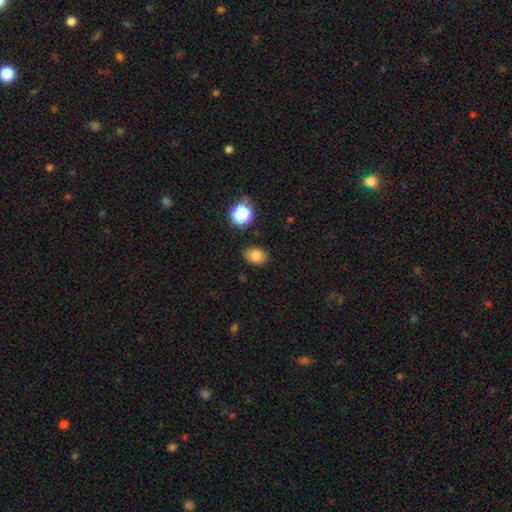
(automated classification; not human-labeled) This is clearly a smooth galaxy (81%). How rounded: likely in between (72%). Merging: clearly none (85%).